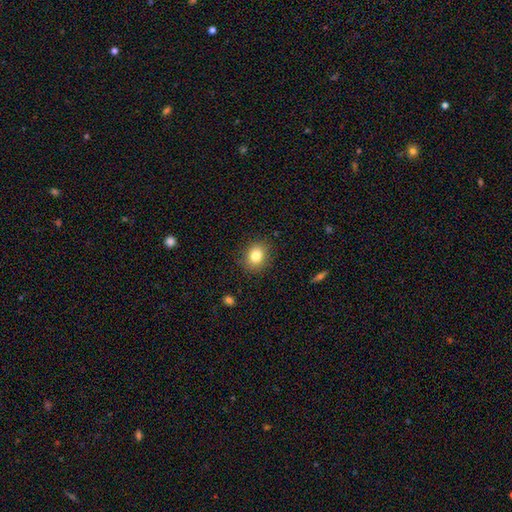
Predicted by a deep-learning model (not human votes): Q: Smooth or featured?
A: smooth (82%); runner-up: star or artifact (10%)
Q: How rounded?
A: round (56%); runner-up: in between (43%)
Q: Merging?
A: none (87%); runner-up: minor disturbance (9%)